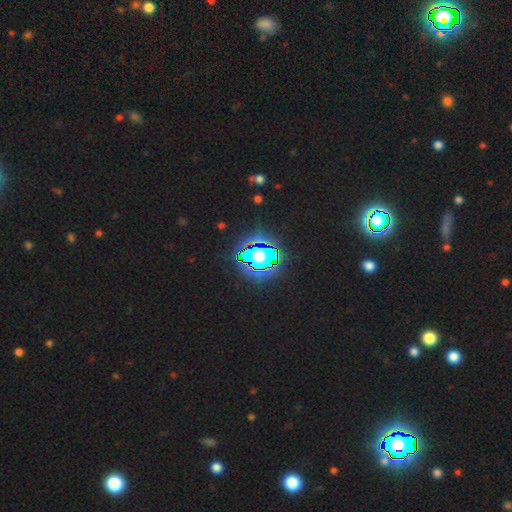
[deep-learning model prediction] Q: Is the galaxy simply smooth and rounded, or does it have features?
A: star or artifact — 81%.